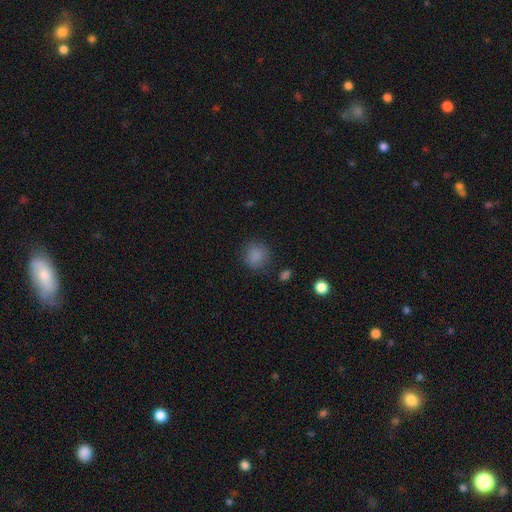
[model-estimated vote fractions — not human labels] This appears to be a smooth galaxy with no disk features (85%) that is round (88%). Merging: none (81%).